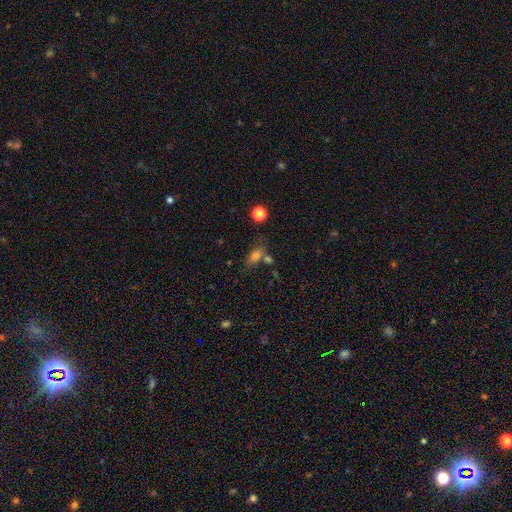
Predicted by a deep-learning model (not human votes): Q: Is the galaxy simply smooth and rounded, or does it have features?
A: smooth — 74%.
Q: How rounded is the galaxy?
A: in between — 78%.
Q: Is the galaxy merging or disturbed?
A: none — 56%.